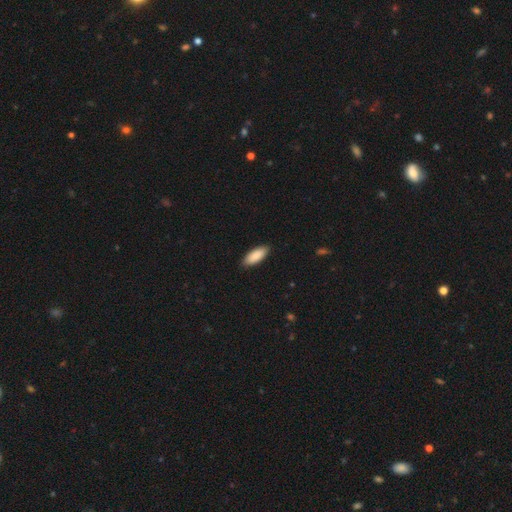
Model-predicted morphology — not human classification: Q: Smooth or featured?
A: smooth (89%); runner-up: featured or disk (5%)
Q: How rounded?
A: in between (78%); runner-up: cigar-shaped (20%)
Q: Merging?
A: none (89%); runner-up: minor disturbance (8%)